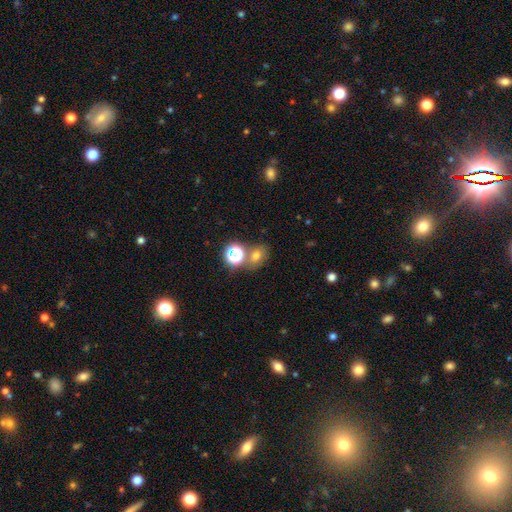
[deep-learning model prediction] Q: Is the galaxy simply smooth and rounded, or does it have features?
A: smooth — 63%.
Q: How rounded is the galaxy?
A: round — 50%.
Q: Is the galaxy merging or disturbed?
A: none — 59%.